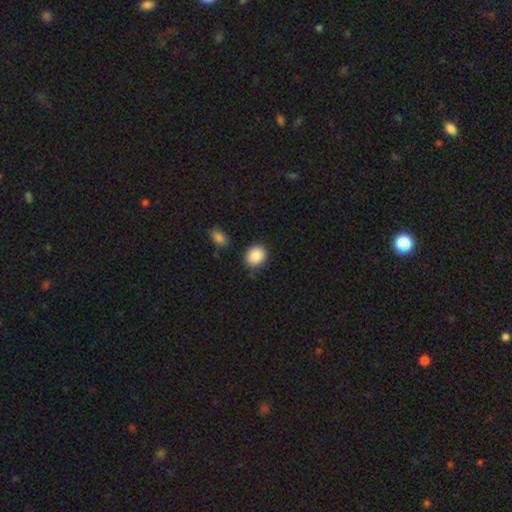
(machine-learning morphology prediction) A smooth galaxy with no disk features (87%) that is round (58%). Merging: none (86%).